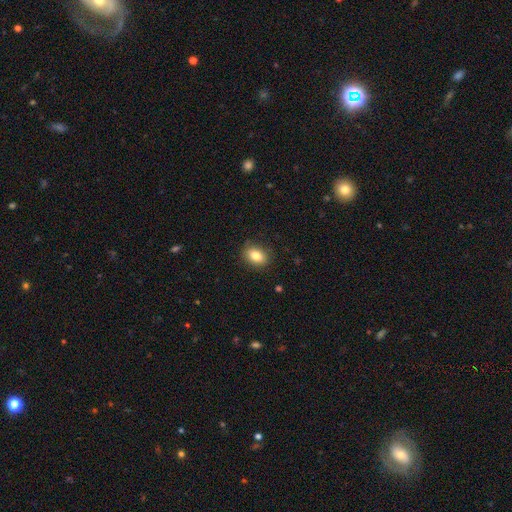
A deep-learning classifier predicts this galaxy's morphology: Q: Smooth or featured?
A: smooth (83%); runner-up: star or artifact (9%)
Q: How rounded?
A: in between (73%); runner-up: round (25%)
Q: Merging?
A: none (87%); runner-up: minor disturbance (10%)